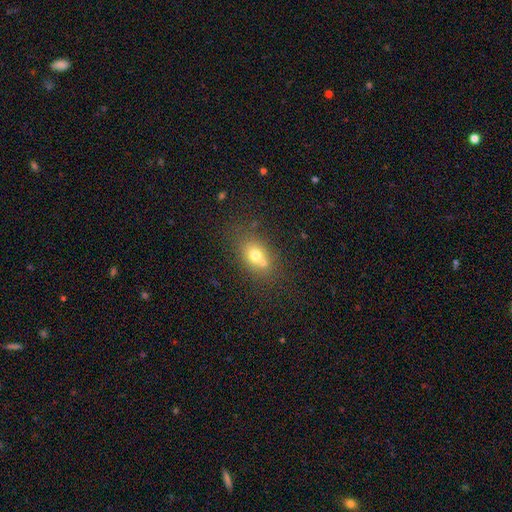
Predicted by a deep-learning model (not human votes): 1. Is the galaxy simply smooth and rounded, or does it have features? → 69% smooth, 18% featured or disk, 13% star or artifact.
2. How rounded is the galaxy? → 63% in between, 35% round, 2% cigar-shaped.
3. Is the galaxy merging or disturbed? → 50% none, 33% merger, 12% minor disturbance, 5% major disturbance.